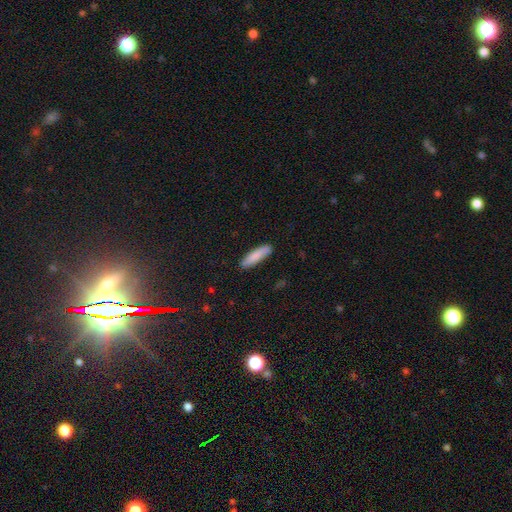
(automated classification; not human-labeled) The model was most divided on "how rounded": cigar-shaped: 71%, in between: 27%, round: 1%. More confident: merging — none (87%); smooth or featured — smooth (85%).